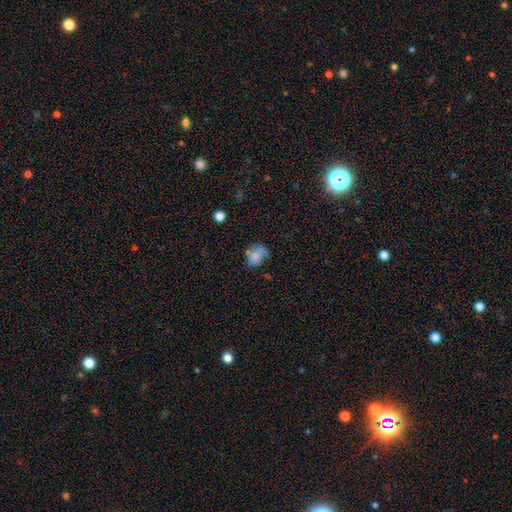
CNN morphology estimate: smooth-or-featured: smooth: 58% | featured or disk: 31% | star or artifact: 11%
  how-rounded: in between: 51% | round: 48% | cigar-shaped: 1%
  merging: none: 35% | major disturbance: 29% | minor disturbance: 26% | merger: 10%